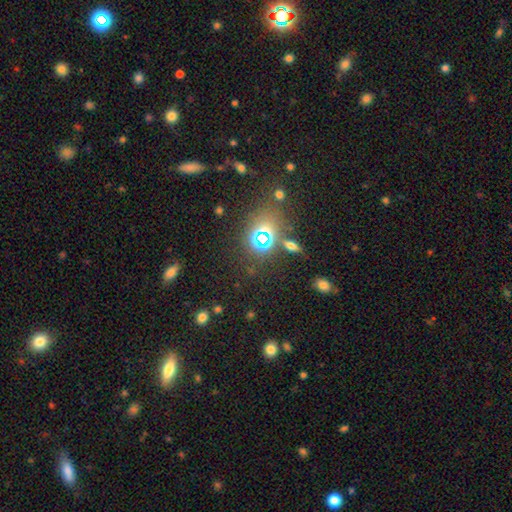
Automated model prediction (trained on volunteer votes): smooth_or_featured: smooth (p=0.60) [alt: star or artifact p=0.31]
how_rounded: round (p=0.60) [alt: in between p=0.38]
merging: none (p=0.78) [alt: minor disturbance p=0.10]